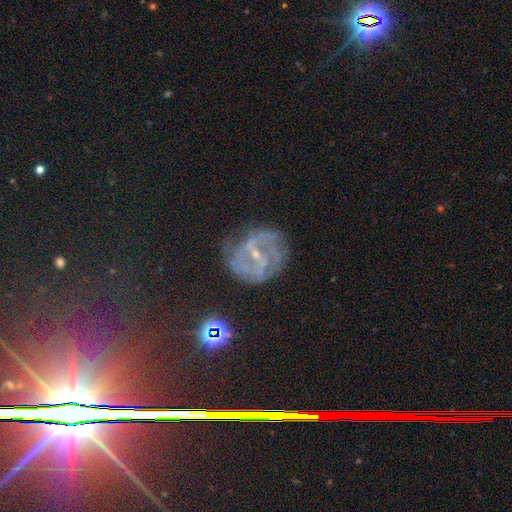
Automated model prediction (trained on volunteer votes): Q: Smooth or featured?
A: featured or disk (77%); runner-up: star or artifact (14%)
Q: Edge-on disk?
A: no (97%); runner-up: yes (3%)
Q: Bar?
A: weak (46%); runner-up: strong (28%)
Q: Spiral arms?
A: yes (91%); runner-up: no (9%)
Q: Spiral winding?
A: medium (45%); runner-up: tight (38%)
Q: Spiral arm count?
A: 2 (42%); runner-up: can't tell (25%)
Q: Bulge size?
A: small (79%); runner-up: moderate (15%)
Q: Merging?
A: none (63%); runner-up: minor disturbance (21%)